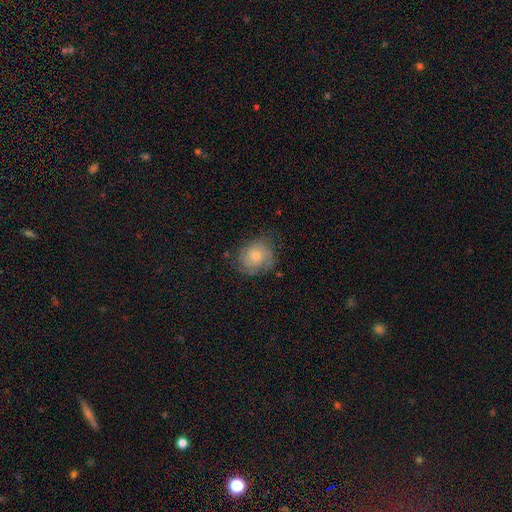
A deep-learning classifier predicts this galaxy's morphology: Smooth or featured?
  - featured or disk: 59% *
  - smooth: 31%
  - star or artifact: 10%
Edge-on disk?
  - no: 97% *
  - yes: 3%
Bar?
  - no: 82% *
  - weak: 16%
  - strong: 2%
Spiral arms?
  - yes: 87% *
  - no: 13%
Bulge size?
  - moderate: 48% *
  - small: 46%
  - large: 3%
  - none: 2%
  - dominant: 1%
Merging?
  - none: 72% *
  - minor disturbance: 20%
  - major disturbance: 8%
  - merger: 1%